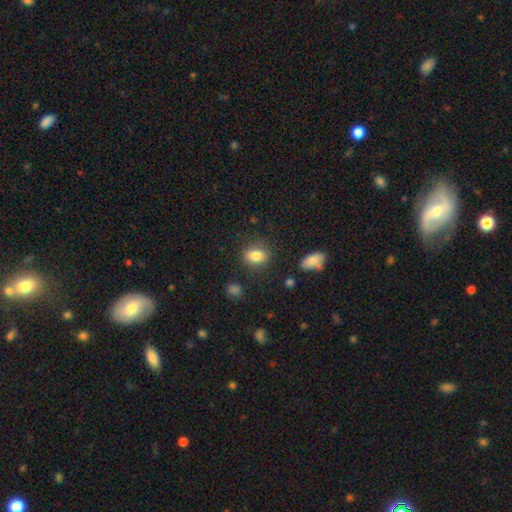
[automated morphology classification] Smooth or featured: smooth — 84% (star or artifact — 9%)
How rounded: in between — 69% (round — 29%)
Merging: none — 81% (minor disturbance — 13%)